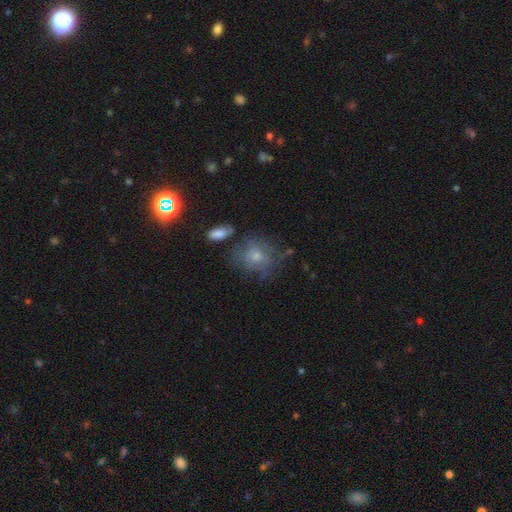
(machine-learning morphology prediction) Q: Smooth or featured?
A: smooth (41%); runner-up: featured or disk (36%)
Q: Merging?
A: none (63%); runner-up: minor disturbance (20%)